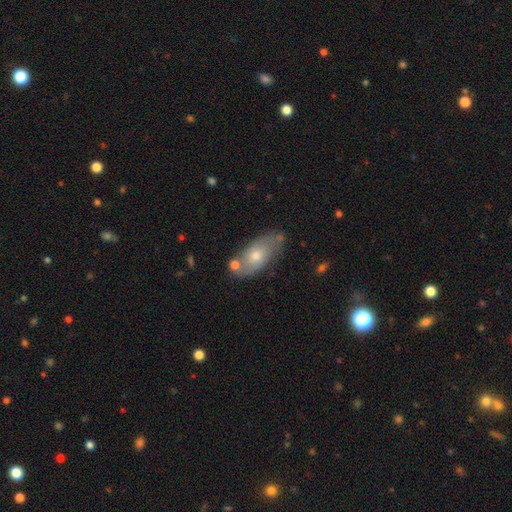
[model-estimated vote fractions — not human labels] Morphology: type=smooth (51%); roundness=in between (85%); merging=none (67%).